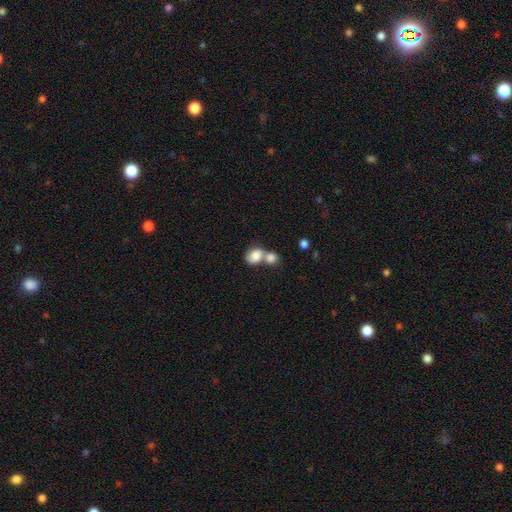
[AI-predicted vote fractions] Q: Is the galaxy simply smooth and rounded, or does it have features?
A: smooth — 80%.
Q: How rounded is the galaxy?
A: round — 53%.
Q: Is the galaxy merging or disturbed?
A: merger — 66%.